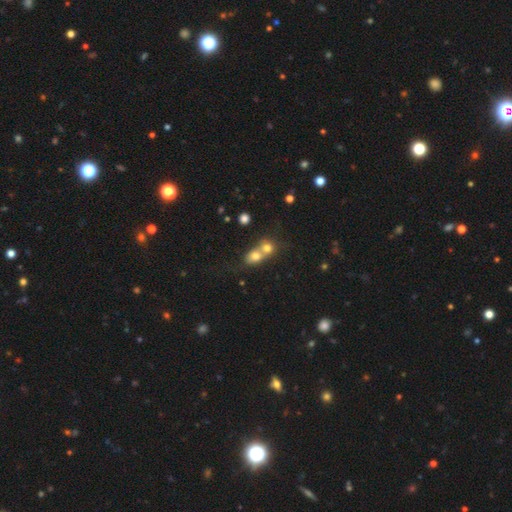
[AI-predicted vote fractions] Smooth or featured? smooth (68%)
How rounded? round (62%)
Merging? merger (68%)